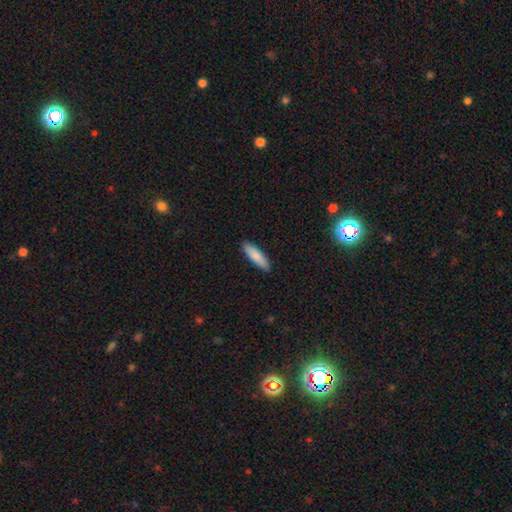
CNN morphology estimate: smooth_or_featured: smooth (p=0.86) [alt: featured or disk p=0.09]
how_rounded: cigar-shaped (p=0.69) [alt: in between p=0.30]
merging: none (p=0.91) [alt: minor disturbance p=0.07]